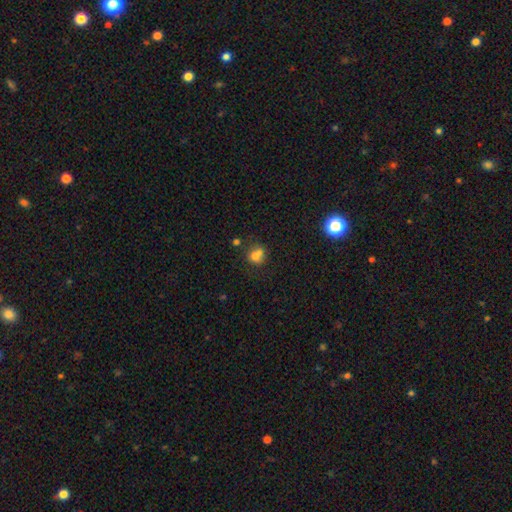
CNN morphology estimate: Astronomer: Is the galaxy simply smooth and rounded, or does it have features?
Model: smooth — 73%.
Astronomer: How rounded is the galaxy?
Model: round — 71%.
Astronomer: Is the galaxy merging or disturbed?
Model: none — 43% (runner-up: merger, 34%).